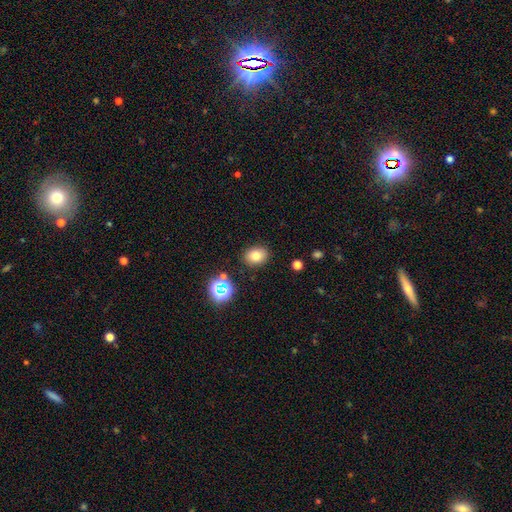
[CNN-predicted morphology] Smooth or featured? smooth (76%)
How rounded? in between (54%)
Merging? none (86%)